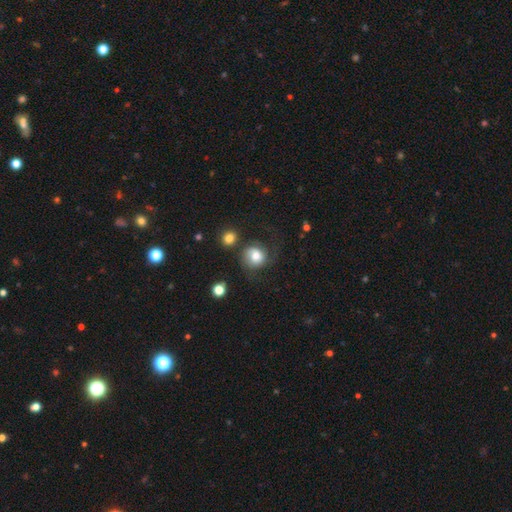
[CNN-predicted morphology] Smooth or featured?
  - smooth: 64% *
  - featured or disk: 27%
  - star or artifact: 9%
How rounded?
  - round: 81% *
  - in between: 18%
  - cigar-shaped: 1%
Merging?
  - none: 49% *
  - major disturbance: 23%
  - minor disturbance: 22%
  - merger: 6%